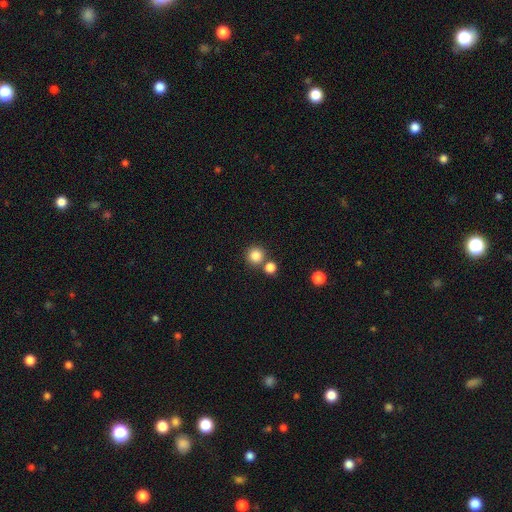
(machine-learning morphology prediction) This appears to be a smooth galaxy with no disk features (84%) that is round (94%). Merging: none (74%).